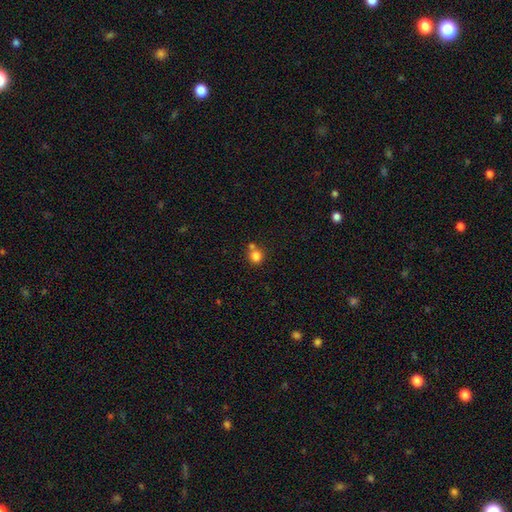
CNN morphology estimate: This appears to be a smooth galaxy with no disk features (82%) that is round (75%). Merging: none (57%).